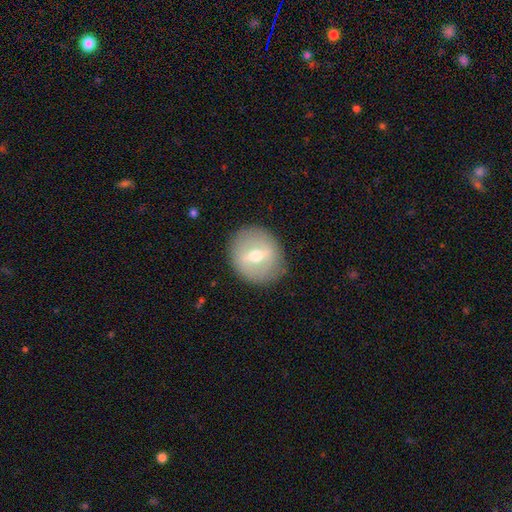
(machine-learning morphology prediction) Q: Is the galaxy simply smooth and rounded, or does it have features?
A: featured or disk — 56%.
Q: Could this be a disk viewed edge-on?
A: no — 89%.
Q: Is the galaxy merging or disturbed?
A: none — 86%.